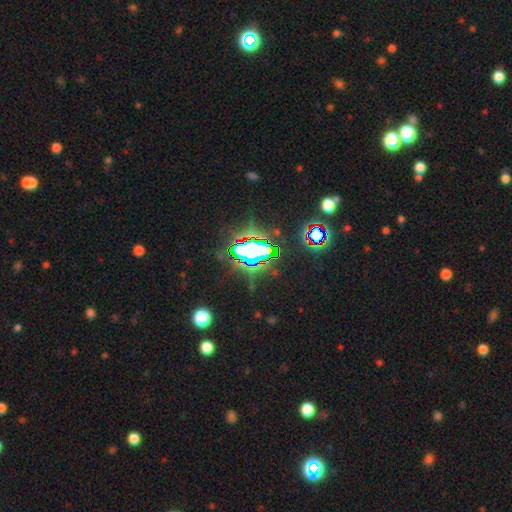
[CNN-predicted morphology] star or artifact 71%, smooth 15%, featured or disk 13%.